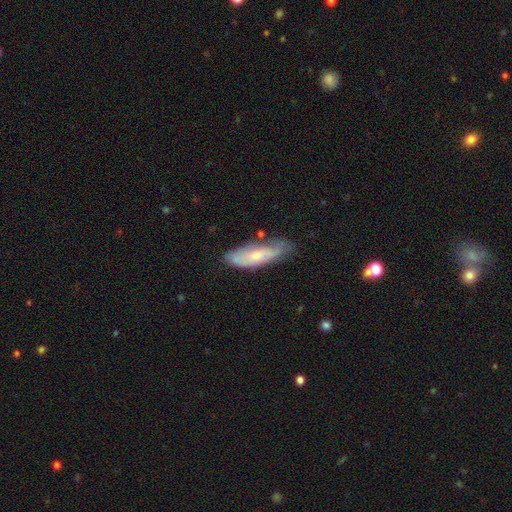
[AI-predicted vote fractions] A smooth galaxy with no disk features (58%) that is cigar-shaped (50%). Merging: none (59%).